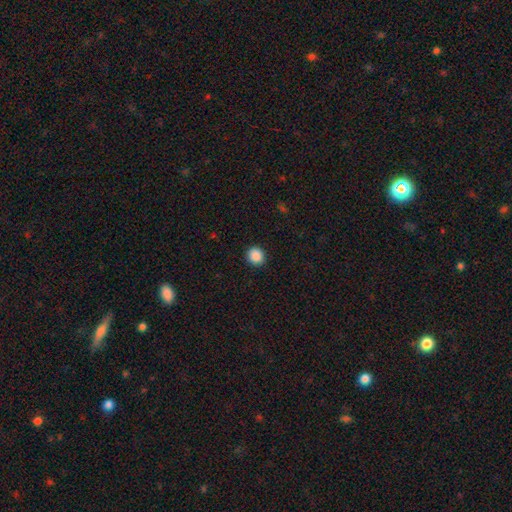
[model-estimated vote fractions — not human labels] Smooth or featured? smooth (89%)
How rounded? round (85%)
Merging? none (91%)